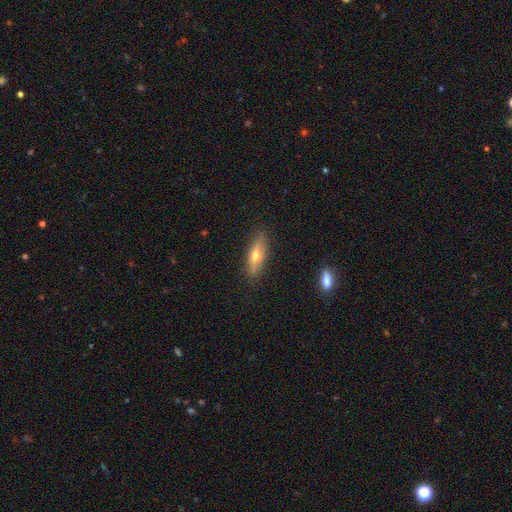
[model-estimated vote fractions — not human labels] Morphology: type=featured or disk (49%); merging=none (86%).